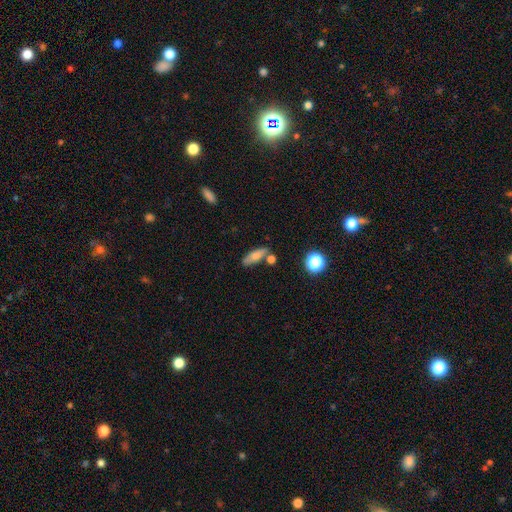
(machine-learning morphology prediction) Smooth or featured: smooth — 73% (featured or disk — 18%)
How rounded: in between — 54% (cigar-shaped — 41%)
Merging: none — 66% (minor disturbance — 16%)